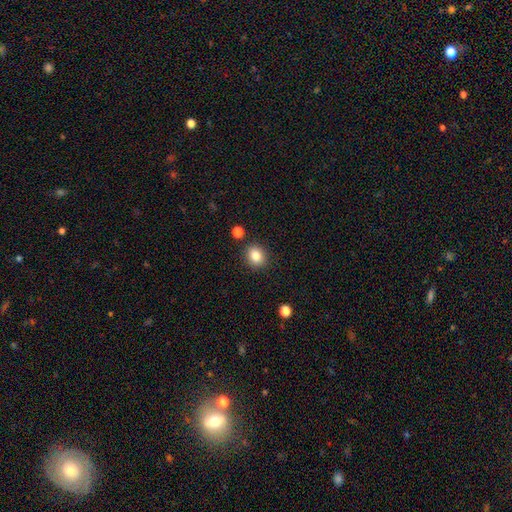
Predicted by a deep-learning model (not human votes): The model was most divided on "how rounded": round: 72%, in between: 27%, cigar-shaped: 1%. More confident: merging — none (87%); smooth or featured — smooth (84%).